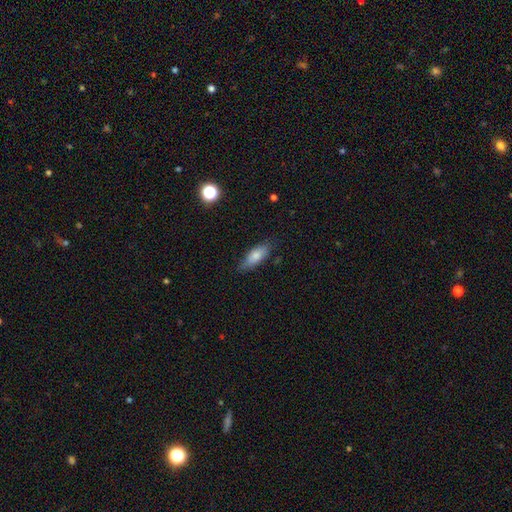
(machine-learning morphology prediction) This appears to be a smooth galaxy with no disk features (77%) that is in between round and cigar-shaped (70%). Merging: none (74%).